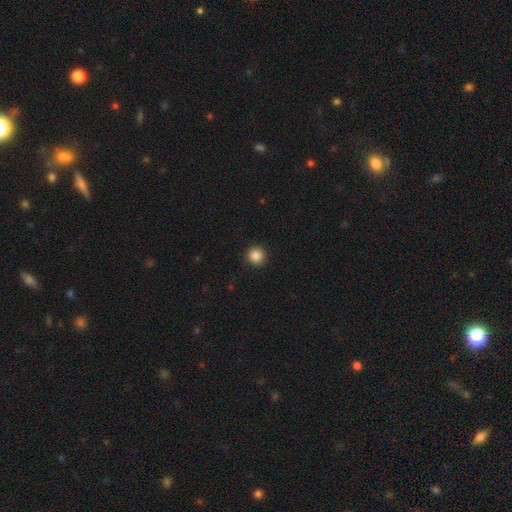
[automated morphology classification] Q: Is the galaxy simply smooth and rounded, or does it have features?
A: smooth — 87%.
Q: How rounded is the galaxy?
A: round — 94%.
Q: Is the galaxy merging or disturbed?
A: none — 91%.